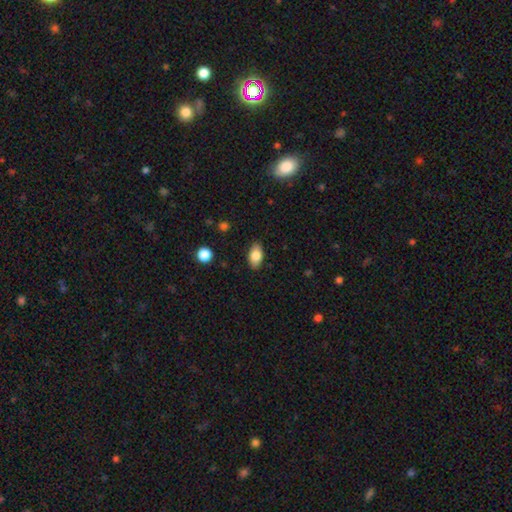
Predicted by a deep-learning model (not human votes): Smooth or featured: smooth — 82% (featured or disk — 11%)
How rounded: in between — 91% (round — 6%)
Merging: none — 86% (minor disturbance — 11%)